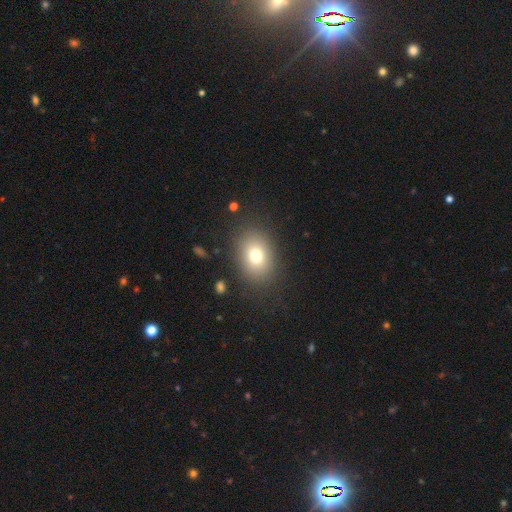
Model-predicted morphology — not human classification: Smooth or featured? smooth (75%)
How rounded? in between (65%)
Merging? none (85%)